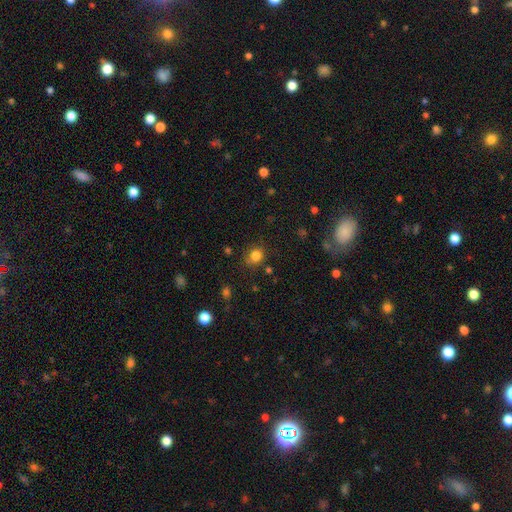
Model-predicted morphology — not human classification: smooth-or-featured: smooth: 82% | star or artifact: 13% | featured or disk: 5%
  how-rounded: round: 76% | in between: 23% | cigar-shaped: 1%
  merging: none: 77% | minor disturbance: 15% | major disturbance: 4% | merger: 3%